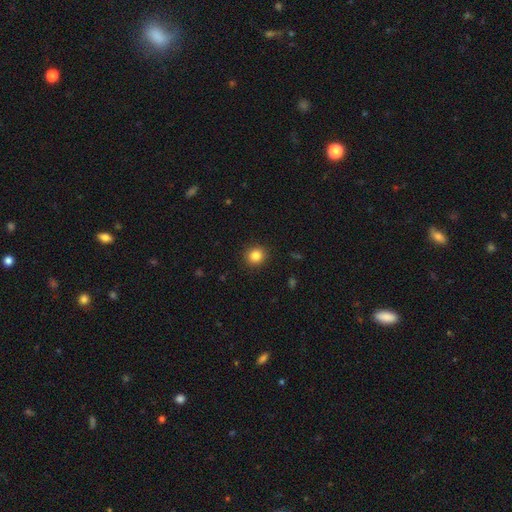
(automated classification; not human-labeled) smooth-or-featured: smooth: 84% | star or artifact: 11% | featured or disk: 5%
  how-rounded: round: 89% | in between: 10% | cigar-shaped: 1%
  merging: none: 91% | minor disturbance: 6% | major disturbance: 2% | merger: 1%